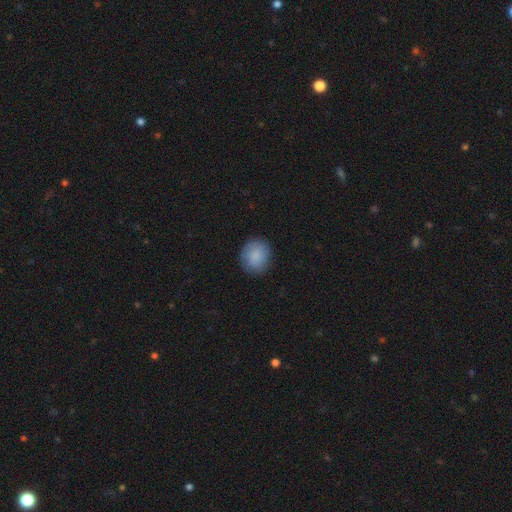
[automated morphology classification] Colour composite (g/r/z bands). It shows a smooth galaxy with no disk features (87%) that is round (76%). Merging: none (85%).